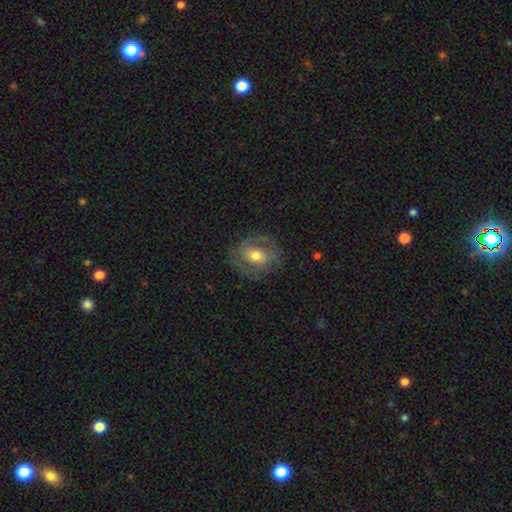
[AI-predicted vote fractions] featured or disk 66%, smooth 26%, star or artifact 8%. Down the decision tree: edge-on disk — no (96%); bar — no (58%); spiral arms — yes (78%); bulge size — moderate (68%); merging — none (69%).